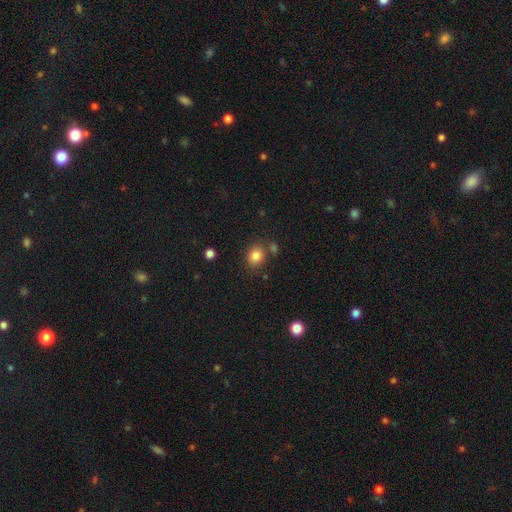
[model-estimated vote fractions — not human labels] smooth-or-featured: smooth: 83% | star or artifact: 11% | featured or disk: 6%
  how-rounded: round: 63% | in between: 36% | cigar-shaped: 1%
  merging: none: 74% | minor disturbance: 12% | merger: 10% | major disturbance: 4%